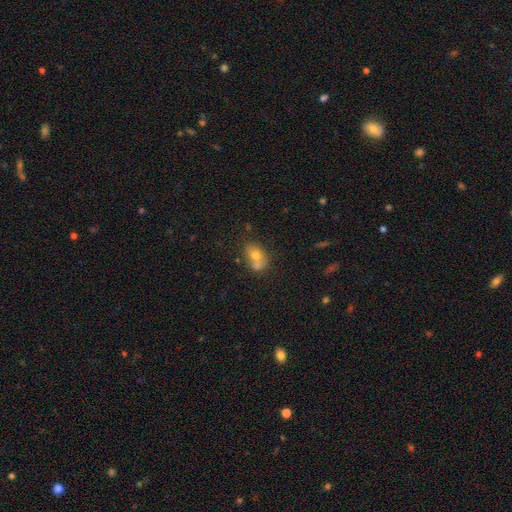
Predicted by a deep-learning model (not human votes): Smooth or featured: smooth — 69% (featured or disk — 20%)
How rounded: in between — 66% (round — 33%)
Merging: none — 39% (tied with merger — 39%)